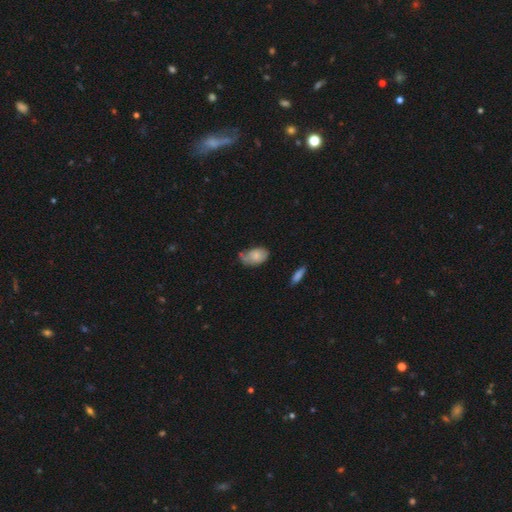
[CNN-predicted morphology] This is likely a smooth galaxy (71%). How rounded: clearly in between (89%). Merging: marginally minor disturbance (40%).